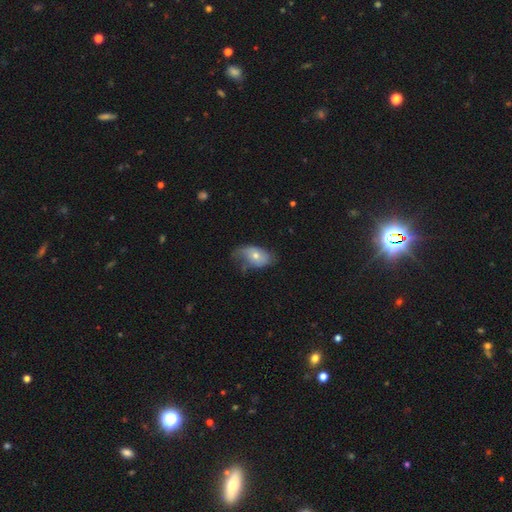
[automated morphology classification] Smooth or featured? Predicted: smooth (p=0.54). How rounded? Predicted: in between (p=0.88). Merging? Predicted: none (p=0.39).